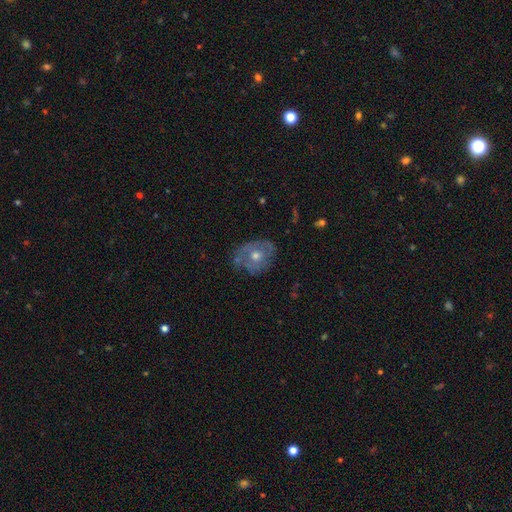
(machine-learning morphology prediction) Smooth or featured? featured or disk (60%)
Edge-on disk? no (95%)
Bar? no (86%)
Spiral arms? no (54%)
Bulge size? moderate (71%)
Merging? none (63%)